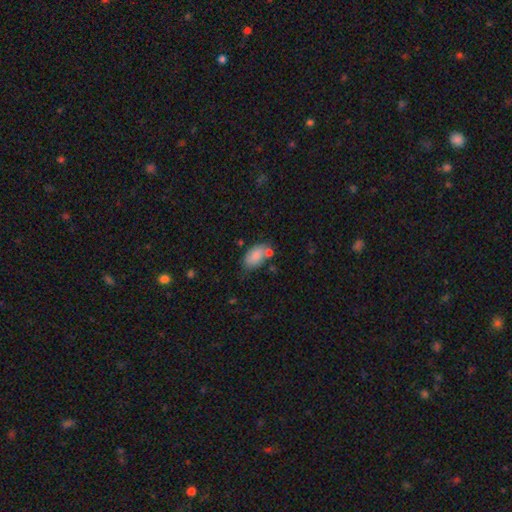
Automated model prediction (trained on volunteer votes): This is clearly a smooth galaxy (81%). How rounded: clearly in between (92%). Merging: possibly none (56%).